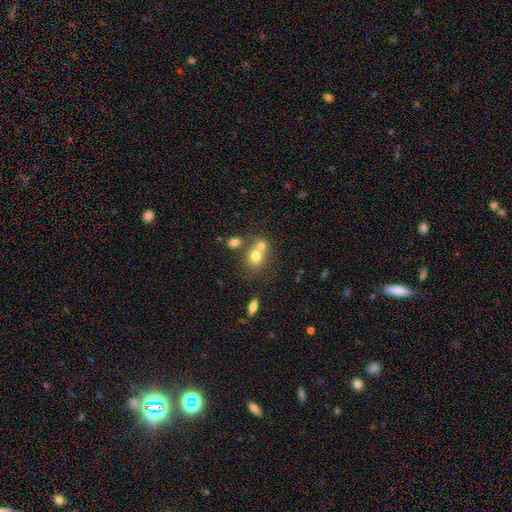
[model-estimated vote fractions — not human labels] Q: Smooth or featured?
A: smooth (72%); runner-up: featured or disk (16%)
Q: How rounded?
A: round (66%); runner-up: in between (33%)
Q: Merging?
A: merger (54%); runner-up: none (35%)